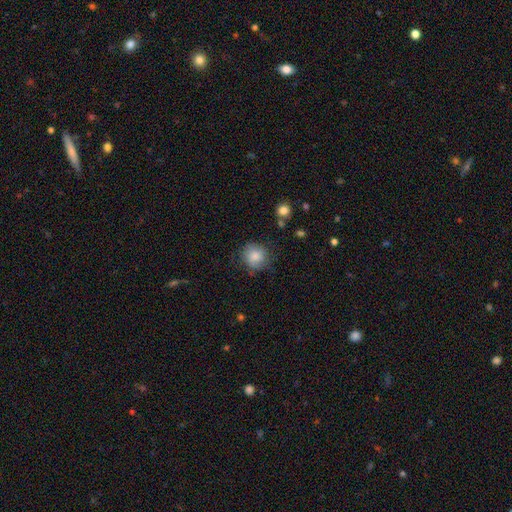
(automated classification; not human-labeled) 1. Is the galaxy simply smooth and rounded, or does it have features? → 73% smooth, 17% featured or disk, 10% star or artifact.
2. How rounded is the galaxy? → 87% round, 12% in between, 1% cigar-shaped.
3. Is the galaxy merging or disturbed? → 75% none, 18% minor disturbance, 6% major disturbance, 2% merger.